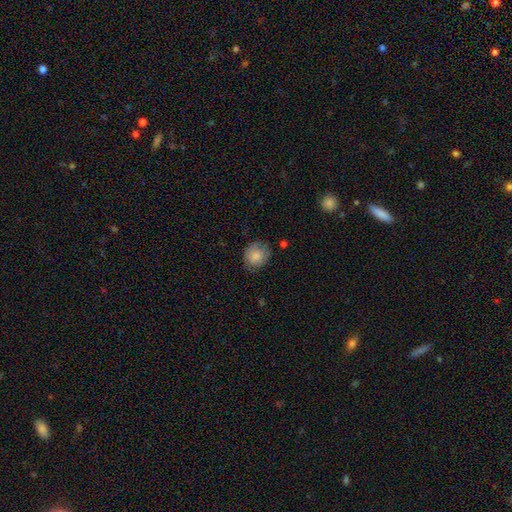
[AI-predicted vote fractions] A smooth galaxy with no disk features (82%) that is round (72%). Merging: none (72%).